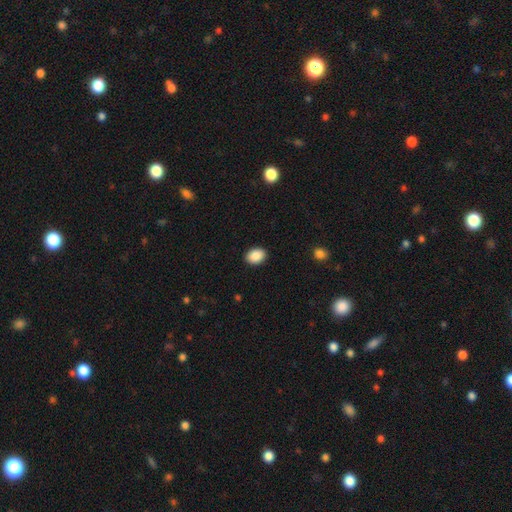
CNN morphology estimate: smooth_or_featured: smooth (p=0.89) [alt: star or artifact p=0.08]
how_rounded: in between (p=0.67) [alt: round p=0.32]
merging: none (p=0.91) [alt: minor disturbance p=0.06]